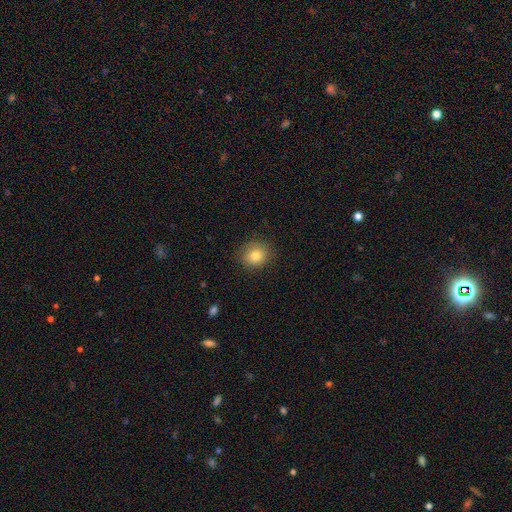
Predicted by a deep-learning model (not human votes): A smooth galaxy with no disk features (80%) that is round (82%).

Vote fractions:
- Smooth or featured? smooth: 80% / star or artifact: 11% / featured or disk: 9%
- How rounded? round: 82% / in between: 17% / cigar-shaped: 1%
- Merging? none: 88% / minor disturbance: 9% / major disturbance: 2% / merger: 1%